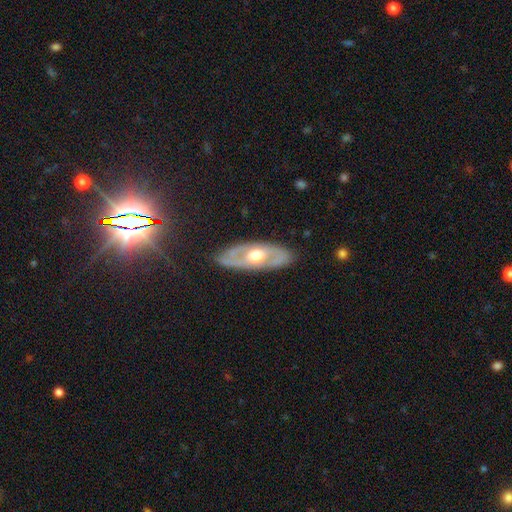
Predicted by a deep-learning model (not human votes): smooth-or-featured: featured or disk: 68% | smooth: 27% | star or artifact: 5%
  disk-edge-on: no: 77% | yes: 23%
    bar: no: 74% | weak: 20% | strong: 6%
    has-spiral-arms: no: 55% | yes: 45%
    bulge-size: moderate: 73% | large: 17% | small: 8% | dominant: 1% | none: 1%
  merging: none: 82% | minor disturbance: 13% | major disturbance: 4% | merger: 1%